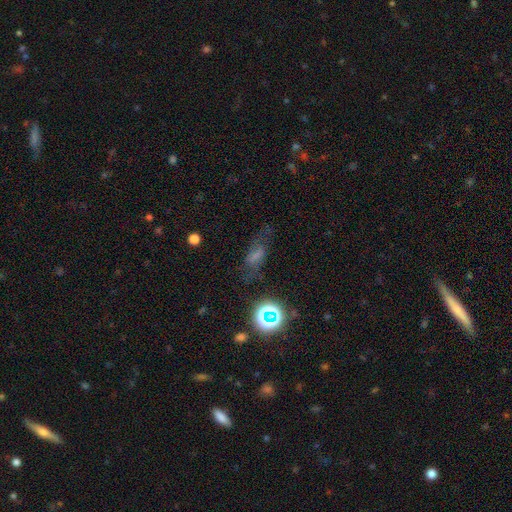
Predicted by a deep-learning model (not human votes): Smooth or featured: smooth — 45% (featured or disk — 30%)
Merging: none — 59% (minor disturbance — 22%)